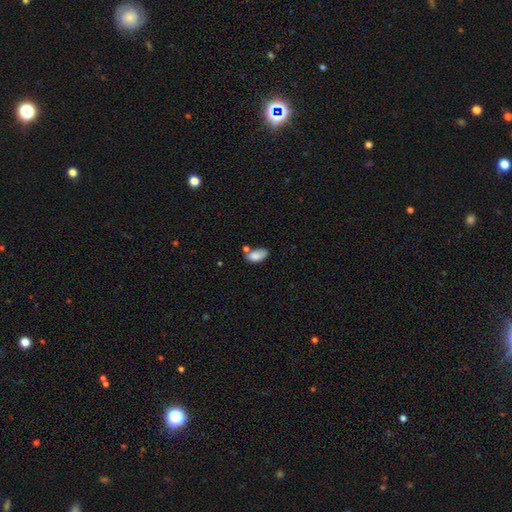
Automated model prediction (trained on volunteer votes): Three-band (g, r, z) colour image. It shows a smooth galaxy with no disk features (82%) that is in between round and cigar-shaped (93%). Merging: none (44%).